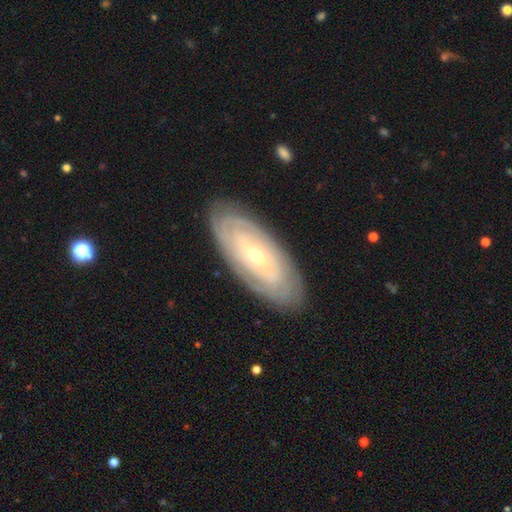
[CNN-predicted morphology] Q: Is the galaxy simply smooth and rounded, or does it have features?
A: featured or disk — 77%.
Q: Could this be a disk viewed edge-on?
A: no — 90%.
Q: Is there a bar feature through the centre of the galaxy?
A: no — 69%.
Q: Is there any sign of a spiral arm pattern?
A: yes — 80%.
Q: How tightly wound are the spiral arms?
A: tight — 85%.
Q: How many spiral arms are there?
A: can't tell — 63%.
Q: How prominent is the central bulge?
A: small — 64%.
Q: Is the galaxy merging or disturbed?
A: none — 85%.